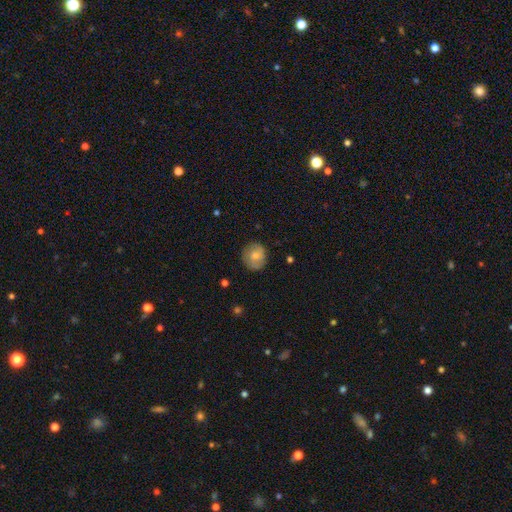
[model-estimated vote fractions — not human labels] A smooth galaxy with no disk features (60%) that is round (83%). Merging: none (82%).